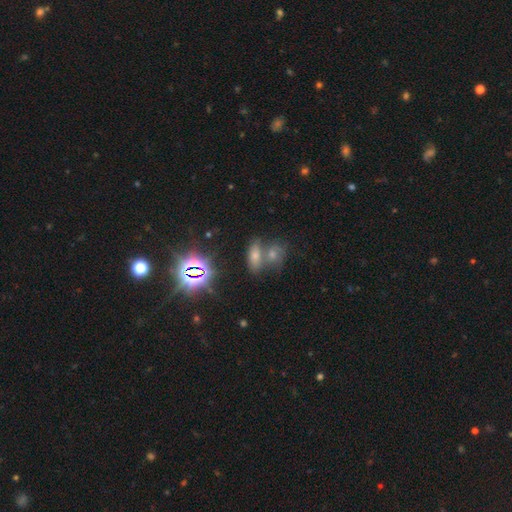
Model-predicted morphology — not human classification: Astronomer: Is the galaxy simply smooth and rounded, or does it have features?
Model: smooth — 53% (runner-up: star or artifact, 30%).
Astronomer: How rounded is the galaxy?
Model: in between — 74%.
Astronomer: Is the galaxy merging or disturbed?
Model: merger — 44% (runner-up: none, 41%).